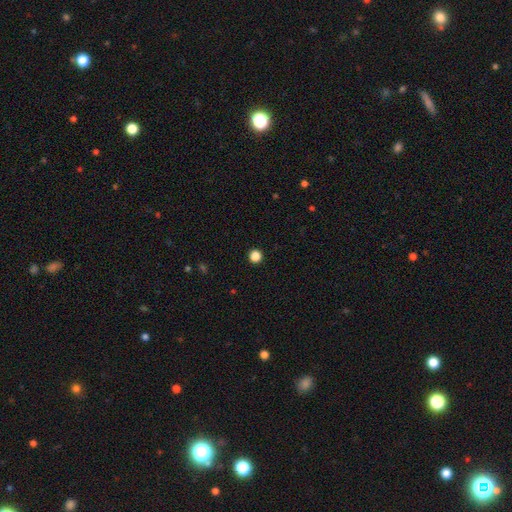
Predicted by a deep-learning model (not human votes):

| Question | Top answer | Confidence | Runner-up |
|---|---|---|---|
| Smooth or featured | smooth | 86% | star or artifact (11%) |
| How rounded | round | 95% | in between (4%) |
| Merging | none | 94% | minor disturbance (3%) |